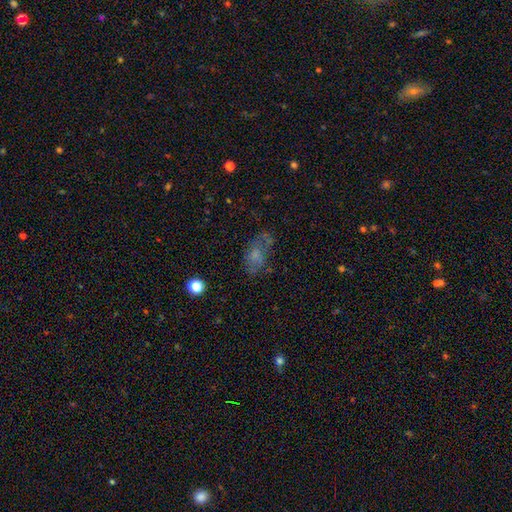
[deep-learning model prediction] Morphology: type=smooth (57%); roundness=in between (86%); merging=none (46%).